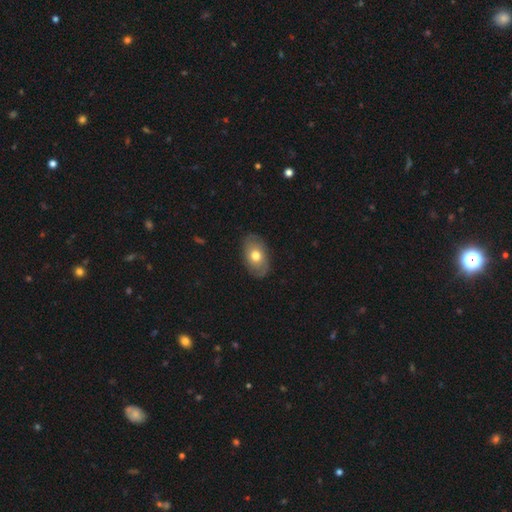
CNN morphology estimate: This appears to be a smooth galaxy with no disk features (56%) that is in between round and cigar-shaped (87%). Merging: none (82%).